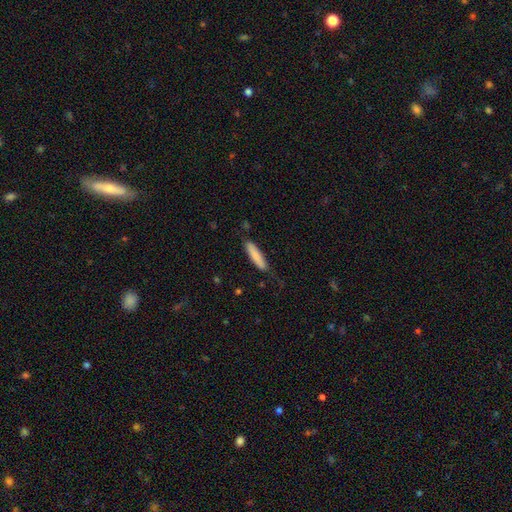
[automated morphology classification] smooth_or_featured: smooth (p=0.83) [alt: featured or disk p=0.11]
how_rounded: cigar-shaped (p=0.82) [alt: in between p=0.17]
merging: none (p=0.76) [alt: minor disturbance p=0.19]